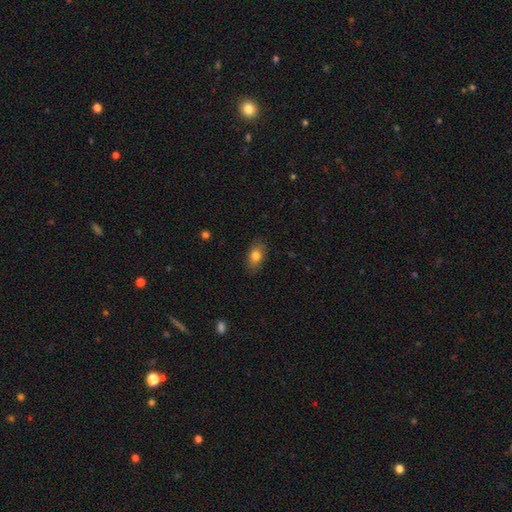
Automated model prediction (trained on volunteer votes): Smooth or featured?
  - smooth: 80% *
  - featured or disk: 12%
  - star or artifact: 8%
How rounded?
  - in between: 85% *
  - round: 11%
  - cigar-shaped: 4%
Merging?
  - none: 85% *
  - minor disturbance: 12%
  - major disturbance: 3%
  - merger: 1%